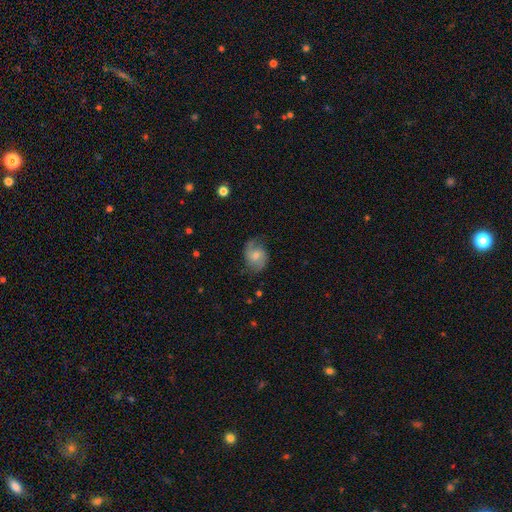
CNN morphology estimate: Overall: featured or disk (53%; smooth 39%). Edge-on disk: no (97%). Bar: no (57%; weak 37%). Spiral arms: yes (88%). Bulge size: moderate (45%; small 38%). Merging: none (66%).